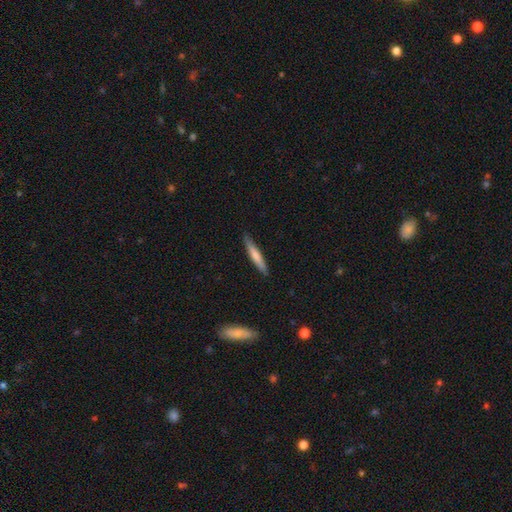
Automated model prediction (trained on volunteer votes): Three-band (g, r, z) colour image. It shows a smooth galaxy with no disk features (68%) that is cigar-shaped (93%). Merging: none (88%).